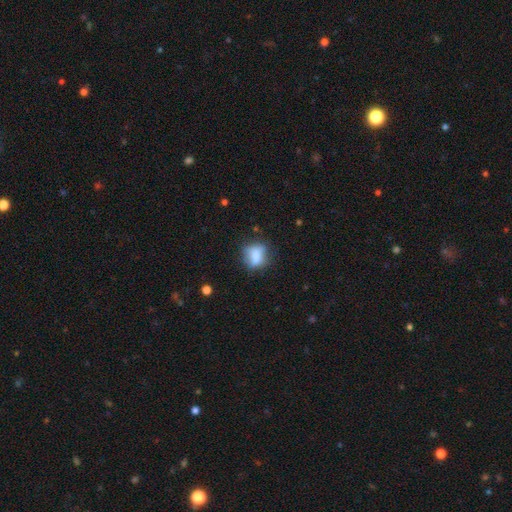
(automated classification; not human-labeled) A smooth galaxy with no disk features (72%) that is in between round and cigar-shaped (52%). Merging: none (58%).